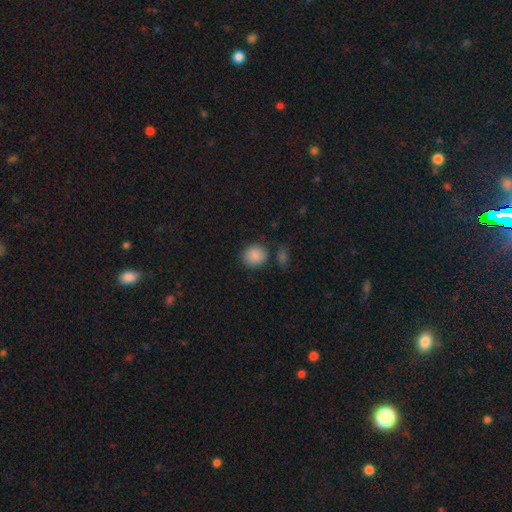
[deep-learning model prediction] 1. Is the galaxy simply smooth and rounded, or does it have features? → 87% smooth, 8% star or artifact, 4% featured or disk.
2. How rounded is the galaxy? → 83% round, 16% in between, 1% cigar-shaped.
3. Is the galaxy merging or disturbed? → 78% none, 12% minor disturbance, 7% merger, 4% major disturbance.